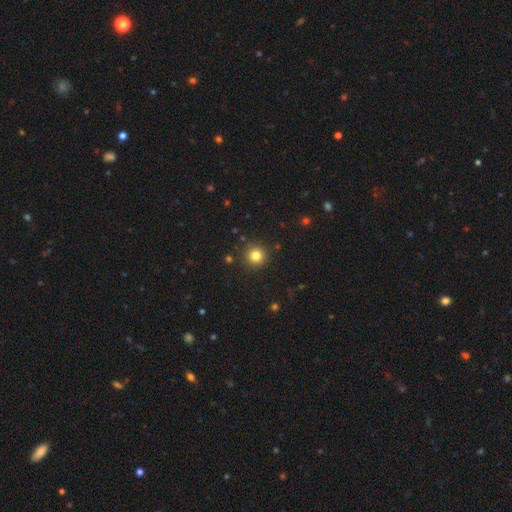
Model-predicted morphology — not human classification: A smooth galaxy with no disk features (81%) that is round (95%). Merging: none (90%).